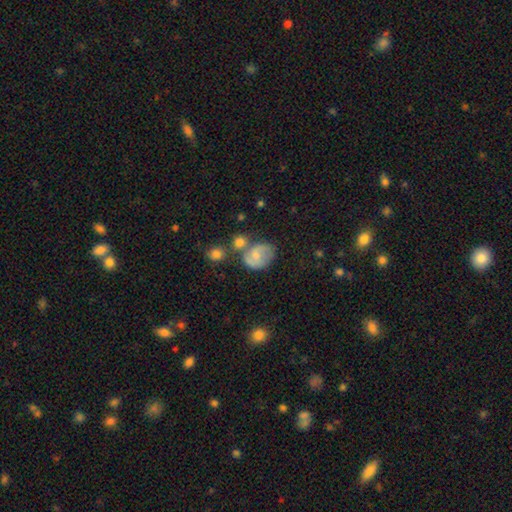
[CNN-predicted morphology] The model was most divided on "how rounded": in between: 53%, round: 46%, cigar-shaped: 1%. Remaining: smooth or featured — smooth (54%); merging — none (42%).